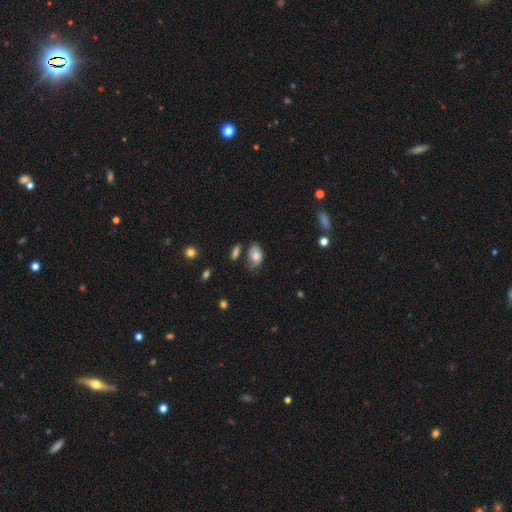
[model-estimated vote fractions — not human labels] This appears to be a smooth galaxy with no disk features (68%) that is in between round and cigar-shaped (85%). Merging: none (39%).